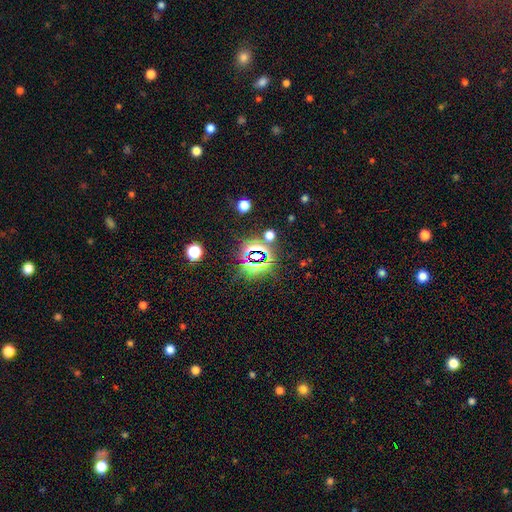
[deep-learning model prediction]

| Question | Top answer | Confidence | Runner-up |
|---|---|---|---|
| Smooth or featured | star or artifact | 74% | smooth (17%) |